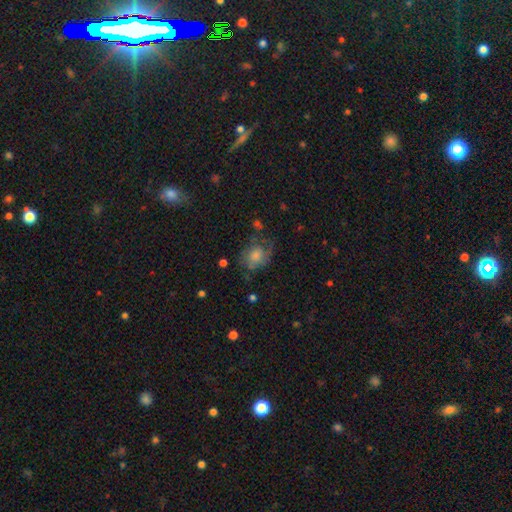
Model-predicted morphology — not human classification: Q: Smooth or featured?
A: featured or disk (44%); runner-up: smooth (41%)
Q: Merging?
A: none (58%); runner-up: minor disturbance (23%)